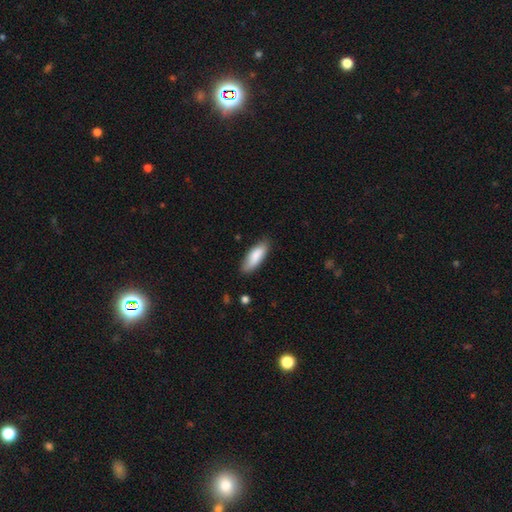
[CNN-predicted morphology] Smooth or featured: smooth — 85% (featured or disk — 9%)
How rounded: in between — 66% (cigar-shaped — 32%)
Merging: none — 82% (minor disturbance — 14%)